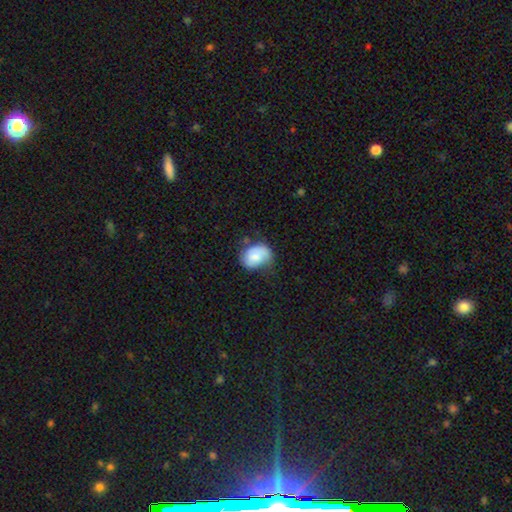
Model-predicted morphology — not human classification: smooth-or-featured: smooth: 68% | featured or disk: 25% | star or artifact: 7%
  how-rounded: in between: 60% | round: 39% | cigar-shaped: 1%
  merging: none: 48% | minor disturbance: 36% | major disturbance: 13% | merger: 3%